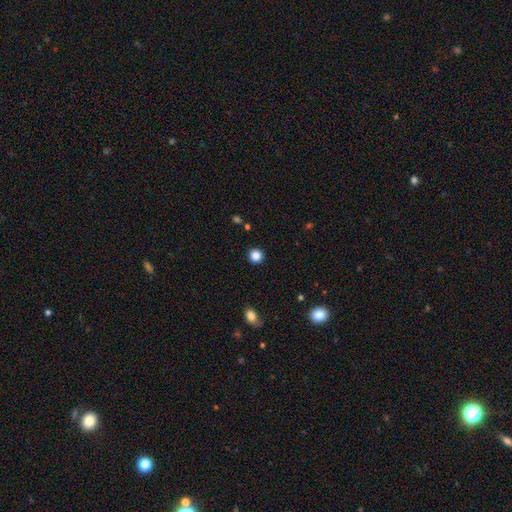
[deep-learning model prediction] A smooth galaxy with no disk features (85%) that is round (93%). Merging: none (92%).